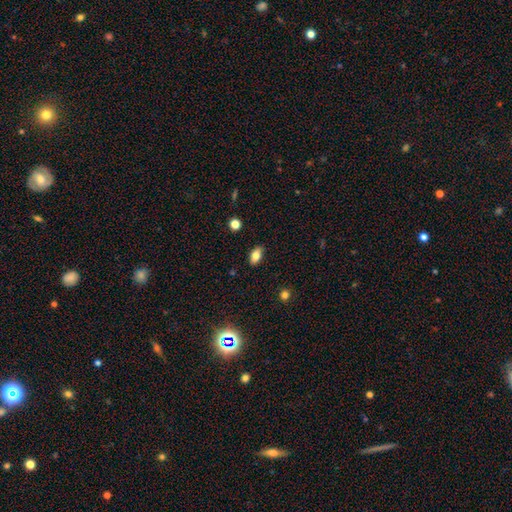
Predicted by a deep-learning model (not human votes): Smooth or featured? smooth (78%)
How rounded? in between (88%)
Merging? none (86%)